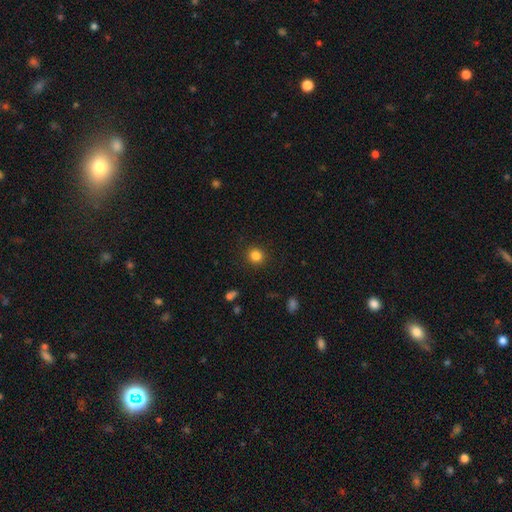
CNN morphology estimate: Smooth or featured?
  - smooth: 84% *
  - star or artifact: 12%
  - featured or disk: 4%
How rounded?
  - round: 89% *
  - in between: 10%
  - cigar-shaped: 1%
Merging?
  - none: 90% *
  - minor disturbance: 6%
  - major disturbance: 2%
  - merger: 1%